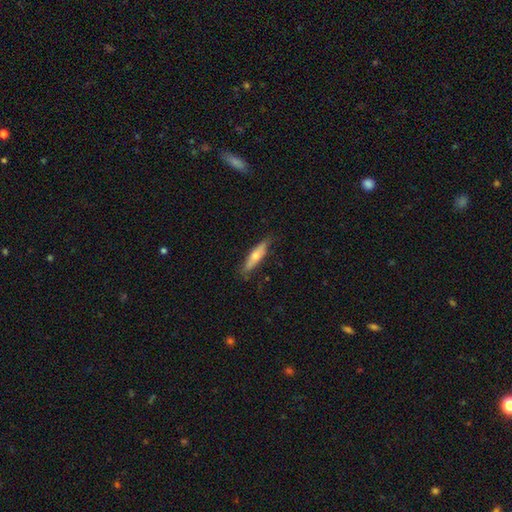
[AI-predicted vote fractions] smooth-or-featured: smooth: 56% | featured or disk: 38% | star or artifact: 6%
  how-rounded: cigar-shaped: 68% | in between: 30% | round: 2%
  merging: none: 79% | minor disturbance: 17% | major disturbance: 3% | merger: 1%